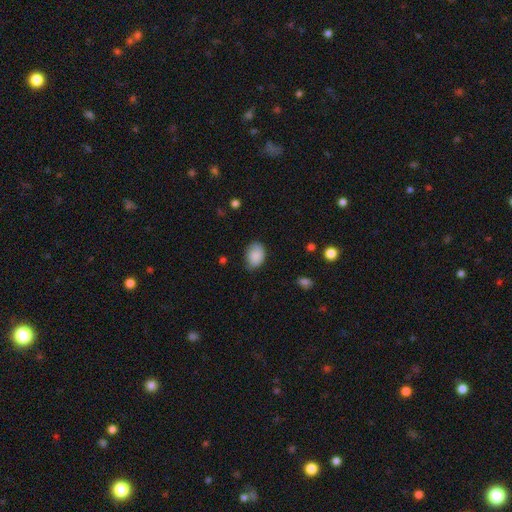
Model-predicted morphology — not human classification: Q: Smooth or featured?
A: smooth (87%); runner-up: star or artifact (7%)
Q: How rounded?
A: in between (78%); runner-up: round (21%)
Q: Merging?
A: none (71%); runner-up: minor disturbance (23%)